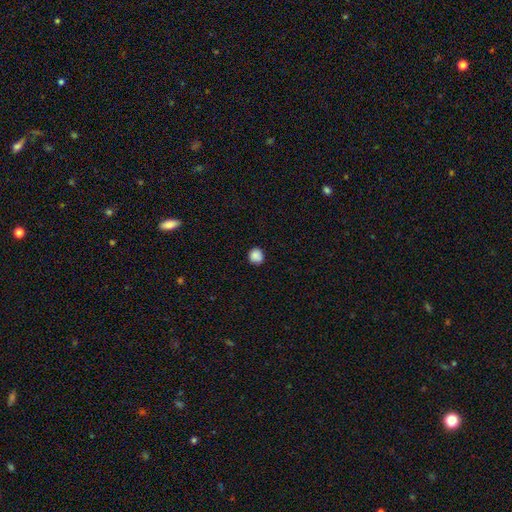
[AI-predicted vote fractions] Smooth or featured?
  - smooth: 87% *
  - star or artifact: 9%
  - featured or disk: 3%
How rounded?
  - round: 87% *
  - in between: 12%
  - cigar-shaped: 1%
Merging?
  - none: 85% *
  - minor disturbance: 11%
  - major disturbance: 2%
  - merger: 1%